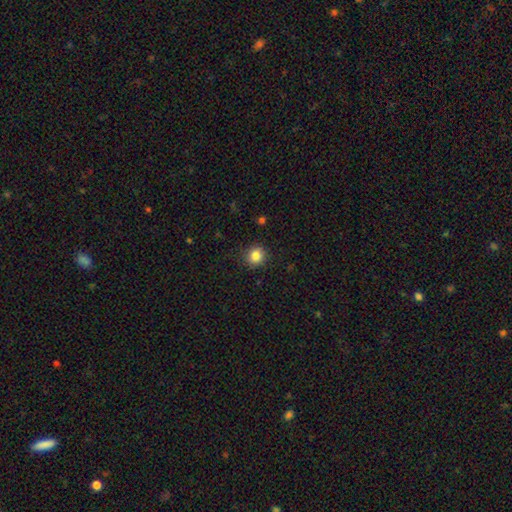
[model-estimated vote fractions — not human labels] This is clearly a smooth galaxy (85%). How rounded: clearly round (88%). Merging: clearly none (89%).